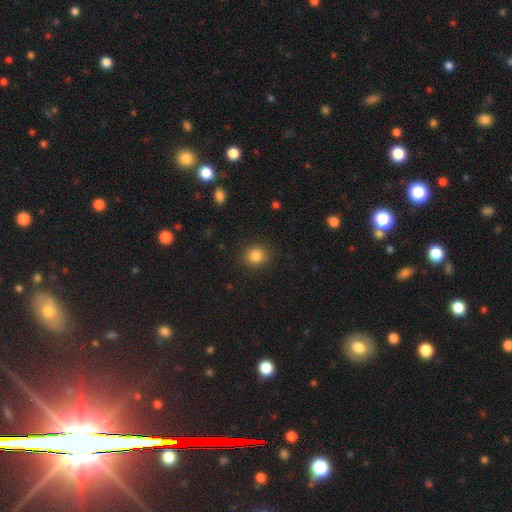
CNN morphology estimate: Smooth or featured? Predicted: smooth (p=0.84). How rounded? Predicted: round (p=0.81). Merging? Predicted: none (p=0.90).